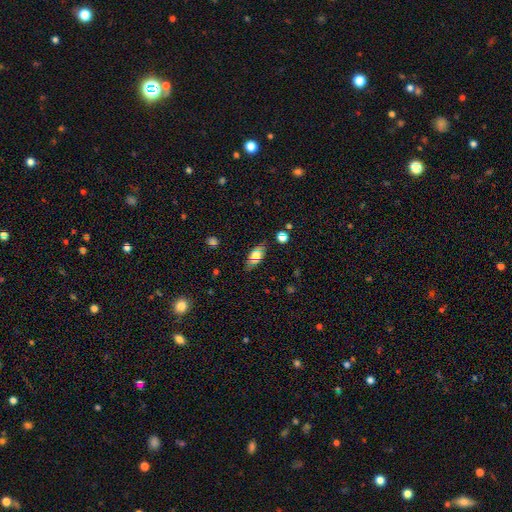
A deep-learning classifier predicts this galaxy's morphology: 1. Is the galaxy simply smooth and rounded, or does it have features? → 58% smooth, 26% featured or disk, 16% star or artifact.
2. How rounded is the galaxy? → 78% in between, 13% cigar-shaped, 9% round.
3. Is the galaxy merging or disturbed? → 78% none, 15% minor disturbance, 4% major disturbance, 3% merger.